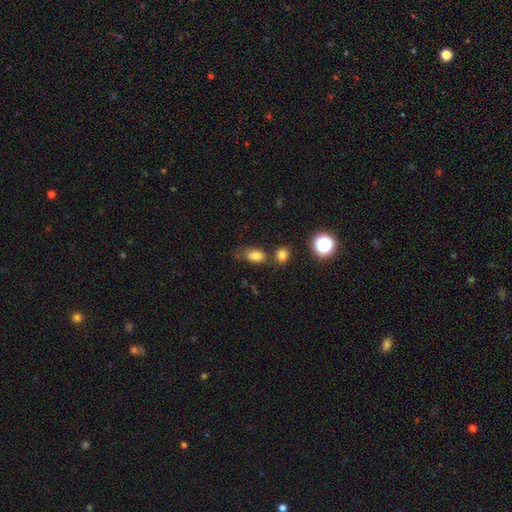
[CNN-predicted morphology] Smooth or featured? Predicted: smooth (p=0.80). How rounded? Predicted: in between (p=0.83). Merging? Predicted: none (p=0.55).